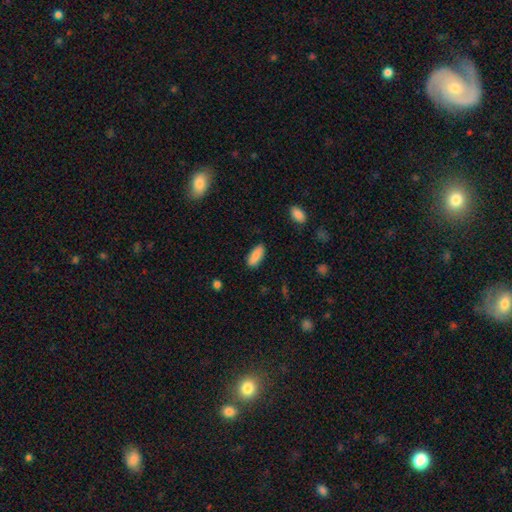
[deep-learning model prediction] A smooth galaxy with no disk features (88%) that is in between round and cigar-shaped (78%). Merging: none (87%).